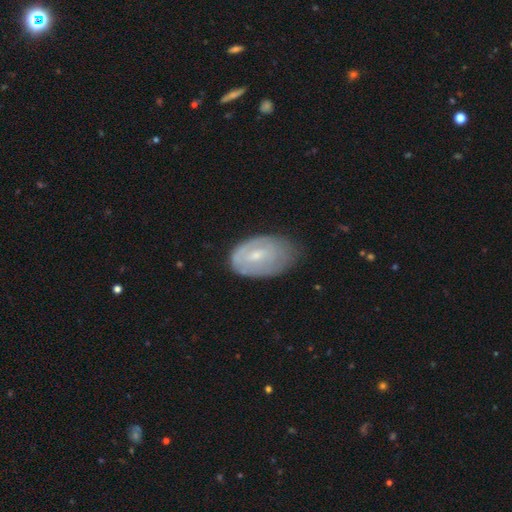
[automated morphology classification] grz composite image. It shows a featured or disk galaxy (52%). Merging: none (55%).